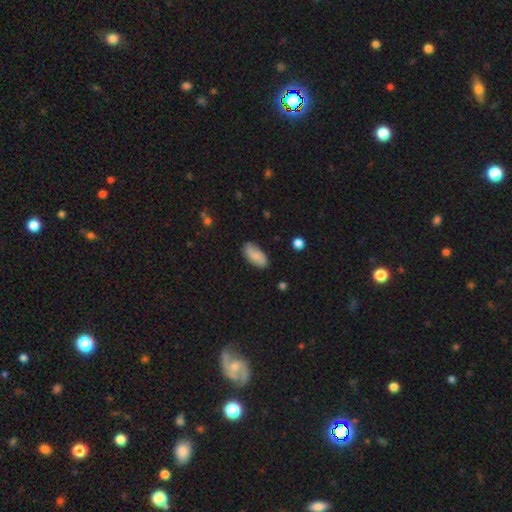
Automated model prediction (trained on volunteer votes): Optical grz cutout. It shows a smooth galaxy with no disk features (80%) that is in between round and cigar-shaped (92%). Merging: none (80%).